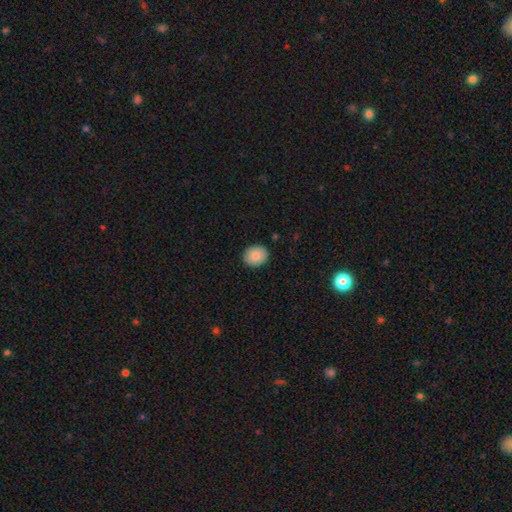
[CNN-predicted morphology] The model was most divided on "how rounded": round: 65%, in between: 34%, cigar-shaped: 1%. More confident: merging — none (89%); smooth or featured — smooth (86%).